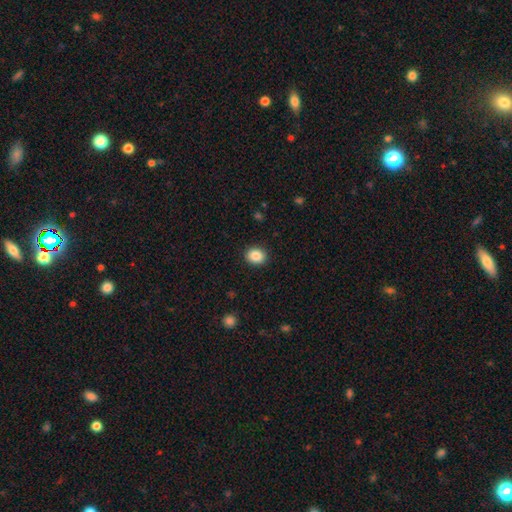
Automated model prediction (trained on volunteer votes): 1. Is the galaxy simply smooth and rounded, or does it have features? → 88% smooth, 9% star or artifact, 4% featured or disk.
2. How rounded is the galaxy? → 65% round, 35% in between, 1% cigar-shaped.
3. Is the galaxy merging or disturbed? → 91% none, 6% minor disturbance, 2% major disturbance, 1% merger.